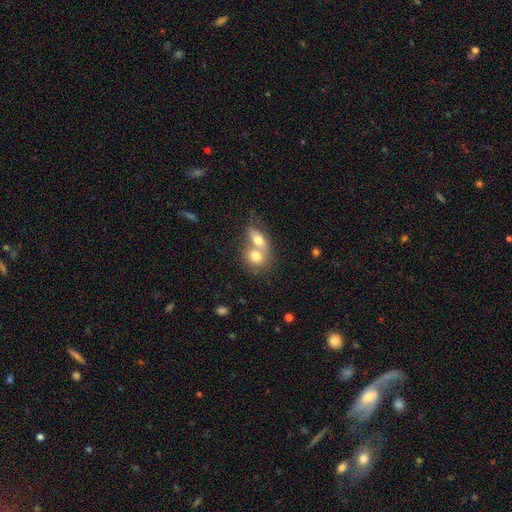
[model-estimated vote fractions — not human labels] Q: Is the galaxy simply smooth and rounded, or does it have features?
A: smooth — 70%.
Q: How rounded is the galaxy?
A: round — 50%.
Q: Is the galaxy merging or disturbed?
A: merger — 71%.